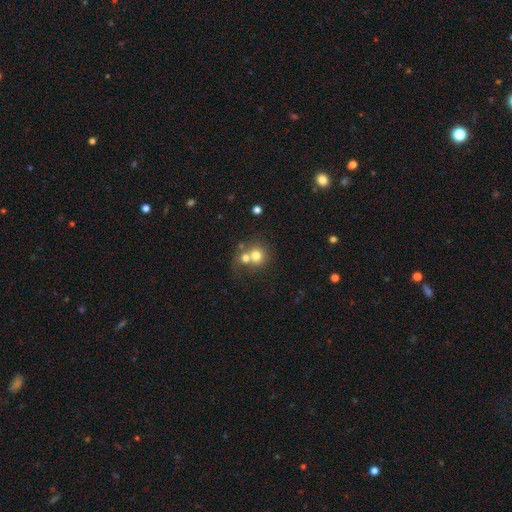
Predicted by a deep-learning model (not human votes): Overall: smooth (71%). How rounded: round (84%). Merging: merger (53%; none 37%).